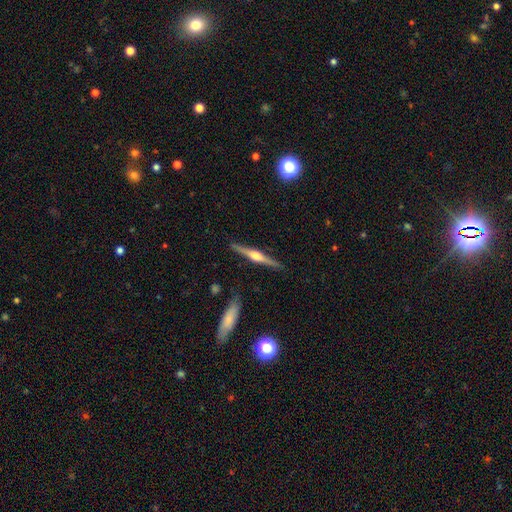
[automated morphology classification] A featured or disk galaxy (77%) viewed edge-on (98%) with a rounded central bulge (90%).

Vote fractions:
- Smooth or featured? featured or disk: 77% / smooth: 18% / star or artifact: 5%
- Edge-on disk? yes: 98% / no: 2%
- Edge-on bulge? rounded: 90% / boxy: 7% / none: 3%
- Merging? none: 90% / minor disturbance: 7% / merger: 2% / major disturbance: 1%